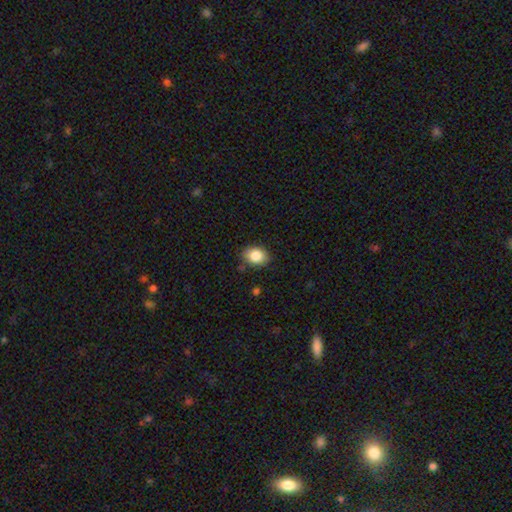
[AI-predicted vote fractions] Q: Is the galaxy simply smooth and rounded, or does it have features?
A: smooth — 85%.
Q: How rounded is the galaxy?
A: in between — 63%.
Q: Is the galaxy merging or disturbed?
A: none — 82%.